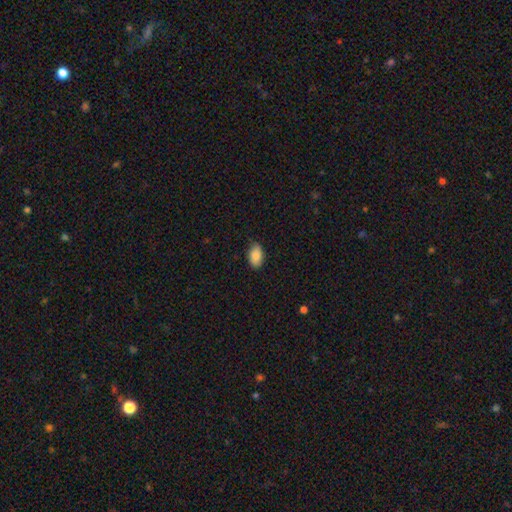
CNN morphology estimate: smooth_or_featured: smooth (p=0.87) [alt: star or artifact p=0.07]
how_rounded: in between (p=0.93) [alt: round p=0.06]
merging: none (p=0.81) [alt: minor disturbance p=0.15]